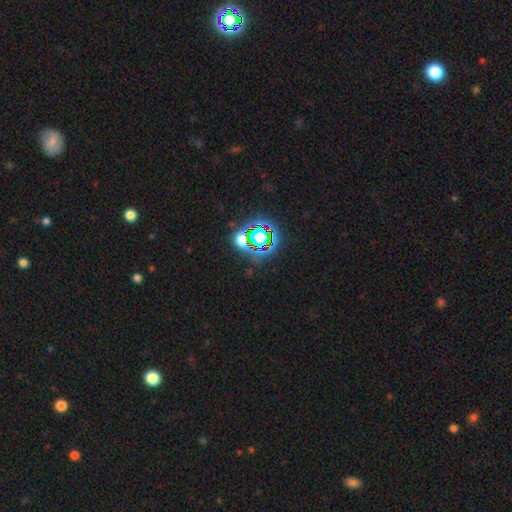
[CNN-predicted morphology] Smooth or featured? Predicted: star or artifact (p=0.76).